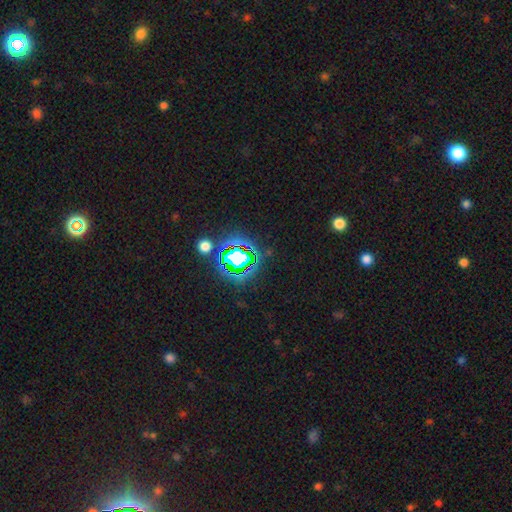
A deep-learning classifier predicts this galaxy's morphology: smooth_or_featured: star or artifact (p=0.79) [alt: smooth p=0.14]